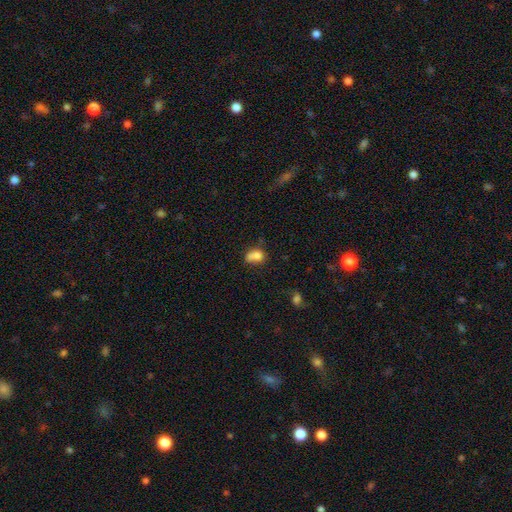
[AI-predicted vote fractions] Smooth or featured: smooth — 75% (featured or disk — 14%)
How rounded: in between — 57% (round — 42%)
Merging: merger — 40% (none — 30%)